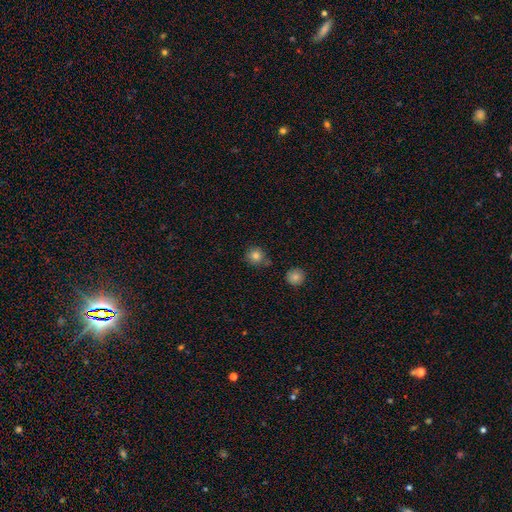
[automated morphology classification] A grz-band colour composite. It shows a smooth galaxy with no disk features (81%) that is round (91%). Merging: none (76%).